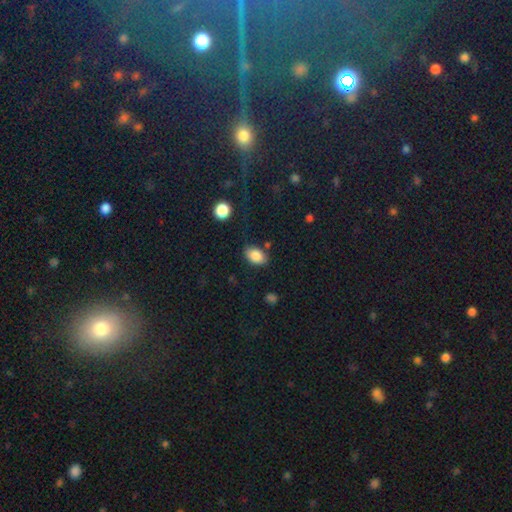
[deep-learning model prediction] Q: Smooth or featured?
A: smooth (86%); runner-up: star or artifact (8%)
Q: How rounded?
A: in between (86%); runner-up: round (13%)
Q: Merging?
A: none (77%); runner-up: minor disturbance (15%)